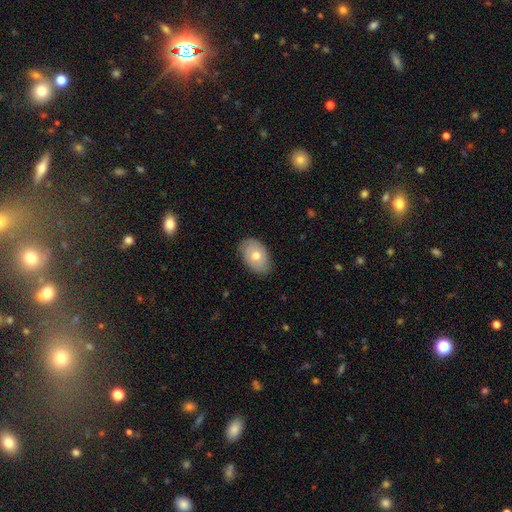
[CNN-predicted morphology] Smooth or featured? smooth (65%)
How rounded? in between (89%)
Merging? none (80%)